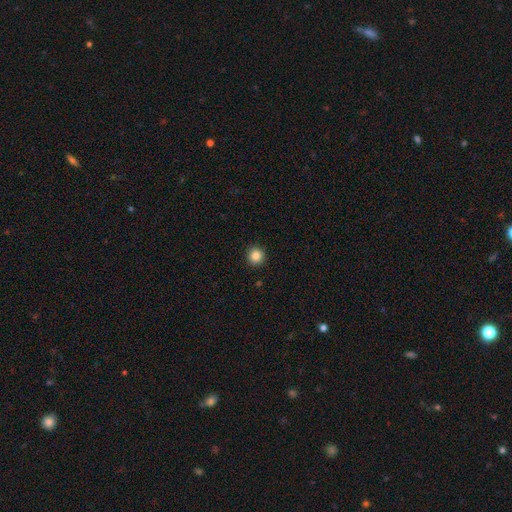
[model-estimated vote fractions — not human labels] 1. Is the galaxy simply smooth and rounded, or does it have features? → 85% smooth, 11% star or artifact, 4% featured or disk.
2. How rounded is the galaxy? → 95% round, 4% in between, 1% cigar-shaped.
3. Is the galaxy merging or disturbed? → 93% none, 5% minor disturbance, 2% major disturbance, 1% merger.